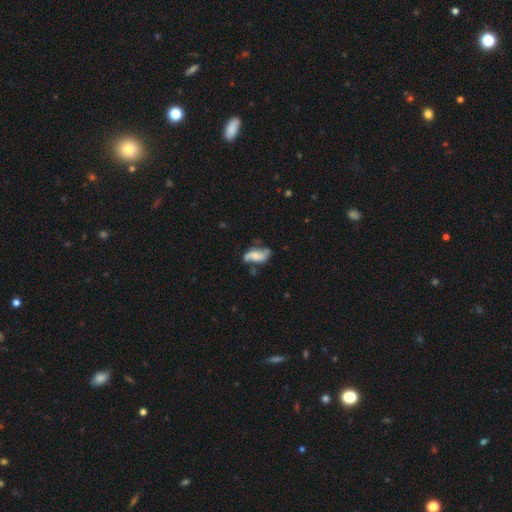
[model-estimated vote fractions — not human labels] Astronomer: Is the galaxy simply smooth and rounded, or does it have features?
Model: featured or disk — 62%.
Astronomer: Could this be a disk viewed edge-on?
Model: no — 94%.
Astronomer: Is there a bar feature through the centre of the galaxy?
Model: no — 54% (runner-up: weak, 32%).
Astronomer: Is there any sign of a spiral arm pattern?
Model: yes — 89%.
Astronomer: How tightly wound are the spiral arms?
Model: loose — 63%.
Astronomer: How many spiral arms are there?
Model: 2 — 86%.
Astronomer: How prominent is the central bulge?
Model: small — 34% (runner-up: moderate, 28%).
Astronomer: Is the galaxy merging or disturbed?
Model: none — 54%.